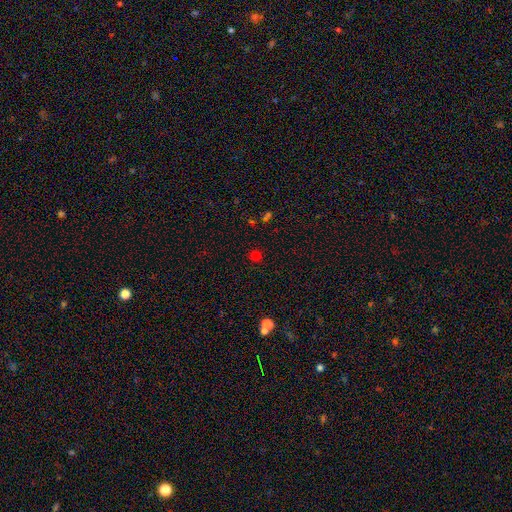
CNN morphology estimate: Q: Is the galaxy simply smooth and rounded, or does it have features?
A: smooth — 72%.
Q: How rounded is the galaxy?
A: round — 92%.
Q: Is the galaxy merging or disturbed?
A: none — 87%.